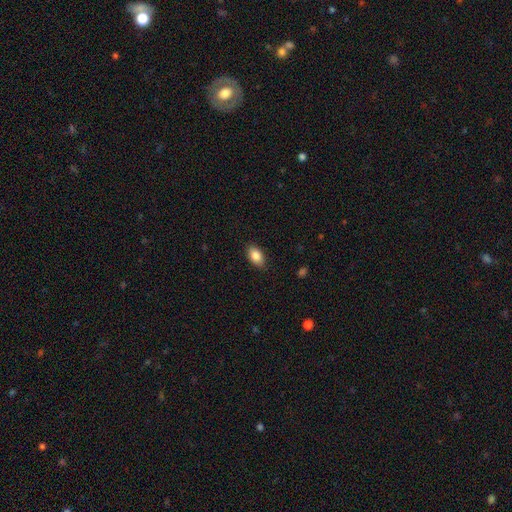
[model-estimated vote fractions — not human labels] smooth_or_featured: smooth (p=0.86) [alt: star or artifact p=0.07]
how_rounded: in between (p=0.91) [alt: round p=0.07]
merging: none (p=0.87) [alt: minor disturbance p=0.10]